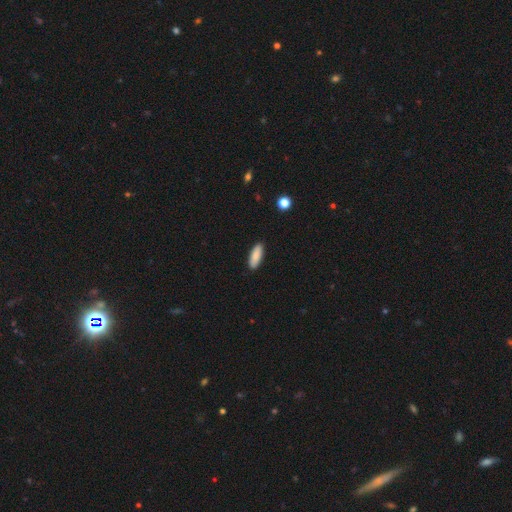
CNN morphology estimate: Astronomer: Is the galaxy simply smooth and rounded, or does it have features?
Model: smooth — 88%.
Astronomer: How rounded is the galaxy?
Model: in between — 60% (runner-up: cigar-shaped, 38%).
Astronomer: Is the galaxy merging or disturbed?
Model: none — 90%.